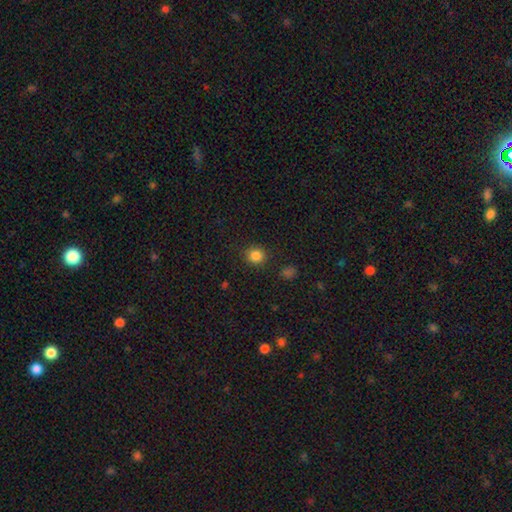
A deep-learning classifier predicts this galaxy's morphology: Smooth or featured? Predicted: smooth (p=0.84). How rounded? Predicted: round (p=0.90). Merging? Predicted: none (p=0.88).